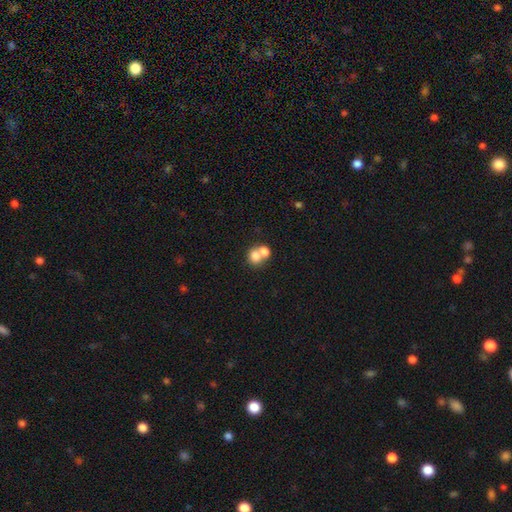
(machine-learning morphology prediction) A smooth galaxy with no disk features (73%) that is round (67%). Merging: merger (65%).